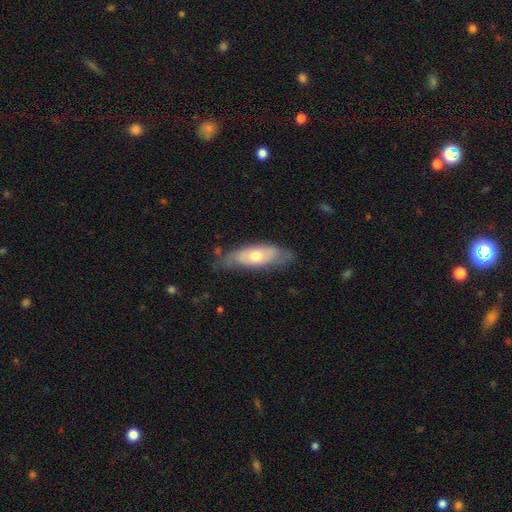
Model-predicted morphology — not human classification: Smooth or featured: smooth — 51% (featured or disk — 43%)
How rounded: in between — 62% (cigar-shaped — 35%)
Merging: none — 66% (minor disturbance — 26%)